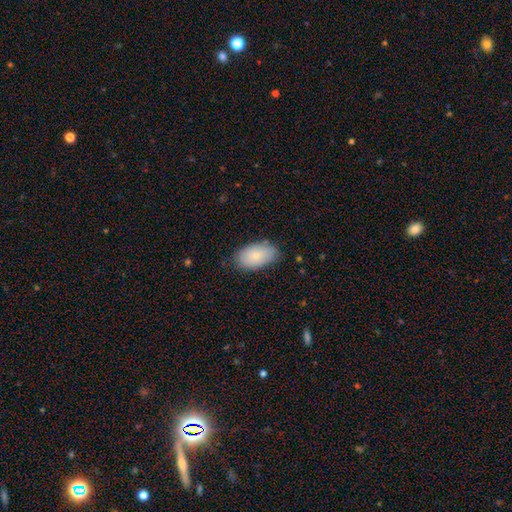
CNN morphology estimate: This is likely a smooth galaxy (79%). How rounded: clearly in between (94%). Merging: likely none (78%).